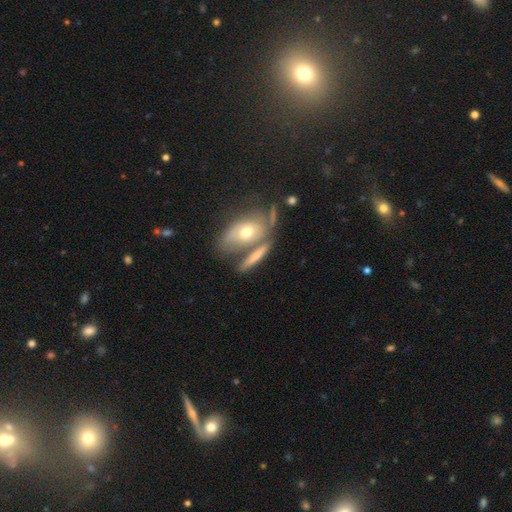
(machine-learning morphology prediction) This appears to be a smooth galaxy with no disk features (54%) that is cigar-shaped (48%). Merging: none (48%).